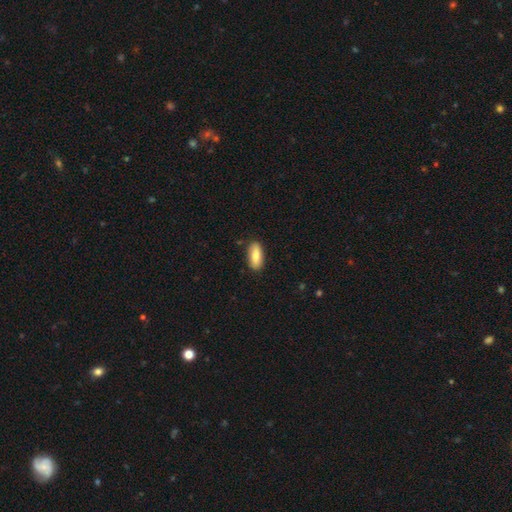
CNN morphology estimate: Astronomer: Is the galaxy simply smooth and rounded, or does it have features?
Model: smooth — 84%.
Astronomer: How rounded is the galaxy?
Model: in between — 80%.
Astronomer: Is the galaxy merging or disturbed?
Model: none — 86%.